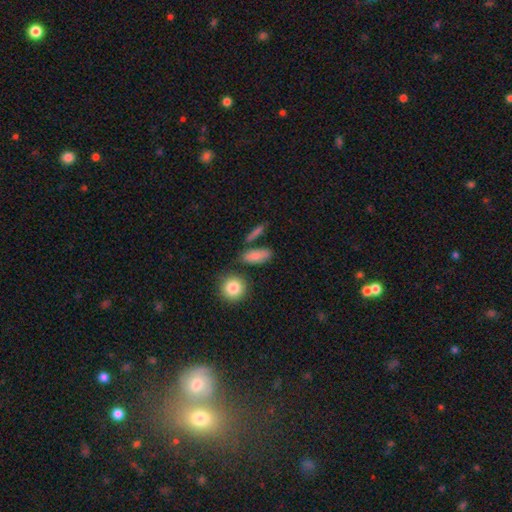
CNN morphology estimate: This appears to be a smooth galaxy with no disk features (83%) that is in between round and cigar-shaped (74%). Merging: none (70%).